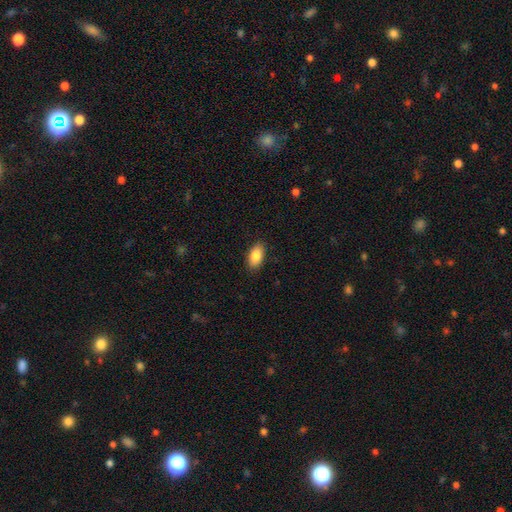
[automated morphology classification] A smooth galaxy with no disk features (87%) that is in between round and cigar-shaped (93%). Merging: none (88%).